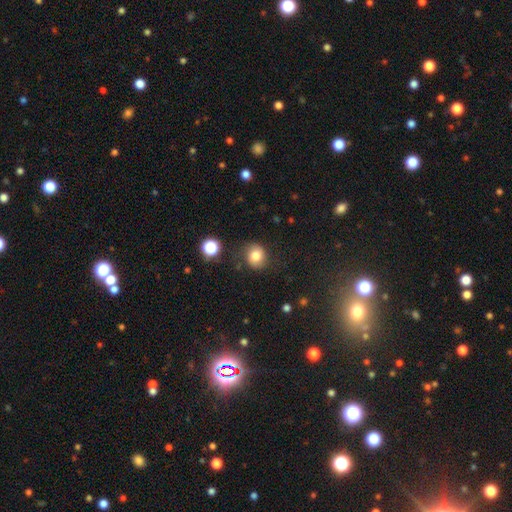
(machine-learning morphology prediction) This is likely a smooth galaxy (73%). How rounded: likely round (75%). Merging: likely none (75%).